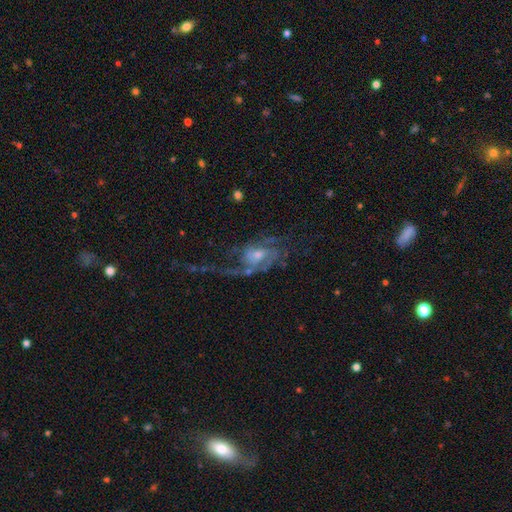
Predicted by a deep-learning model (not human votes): smooth-or-featured: featured or disk: 82% | smooth: 10% | star or artifact: 8%
  disk-edge-on: no: 96% | yes: 4%
    bar: no: 59% | weak: 34% | strong: 7%
    has-spiral-arms: yes: 90% | no: 10%
      spiral-winding: loose: 48% | medium: 36% | tight: 16%
      spiral-arm-count: 2: 40% | can't tell: 20% | 1: 16% | 3: 13% | 4: 6% | more than 4: 5%
    bulge-size: moderate: 51% | small: 37% | large: 6% | none: 4% | dominant: 1%
  merging: major disturbance: 43% | none: 38% | minor disturbance: 15% | merger: 4%